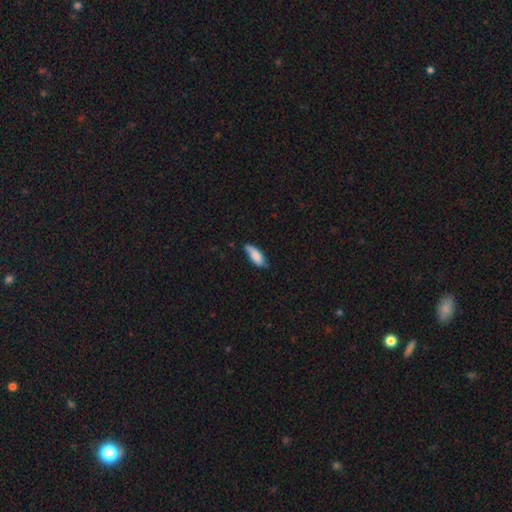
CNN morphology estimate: smooth_or_featured: smooth (p=0.79) [alt: featured or disk p=0.15]
how_rounded: in between (p=0.68) [alt: cigar-shaped p=0.30]
merging: none (p=0.65) [alt: minor disturbance p=0.28]